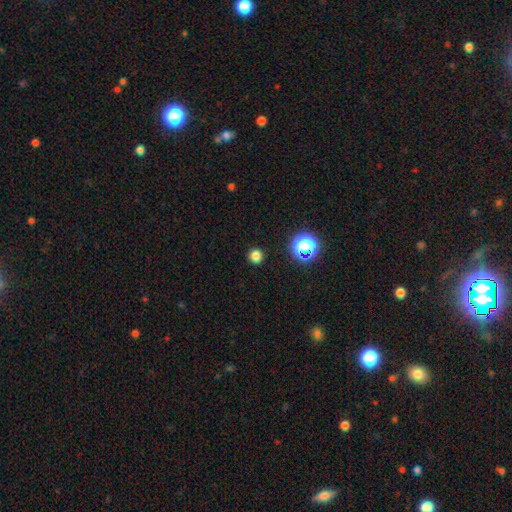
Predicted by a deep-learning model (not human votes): Smooth or featured? smooth (79%)
How rounded? round (94%)
Merging? none (92%)